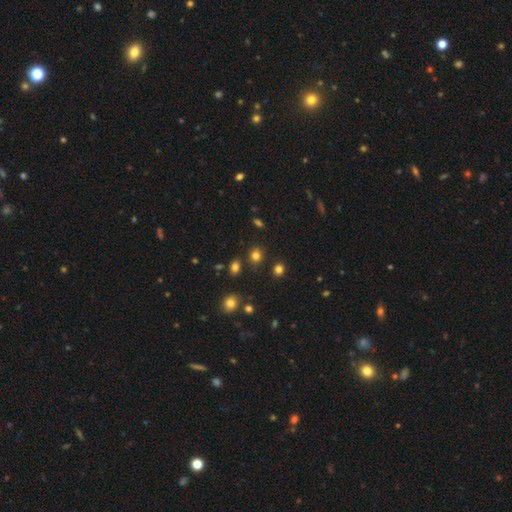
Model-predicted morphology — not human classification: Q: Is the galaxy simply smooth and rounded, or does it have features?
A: smooth — 79%.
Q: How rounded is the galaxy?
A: round — 74%.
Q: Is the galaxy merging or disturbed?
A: none — 83%.